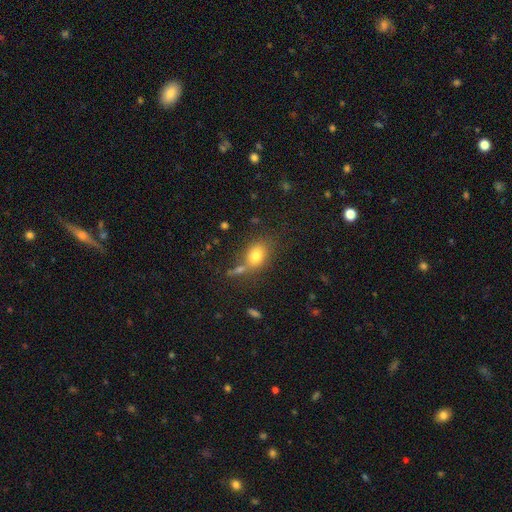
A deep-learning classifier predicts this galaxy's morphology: type=smooth (78%); roundness=in between (70%); merging=none (60%).